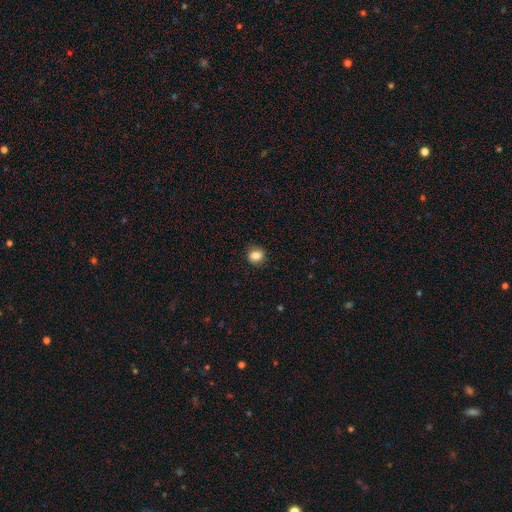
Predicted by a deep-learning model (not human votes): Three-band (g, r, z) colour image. It shows a smooth galaxy with no disk features (83%) that is round (63%). Merging: none (85%).